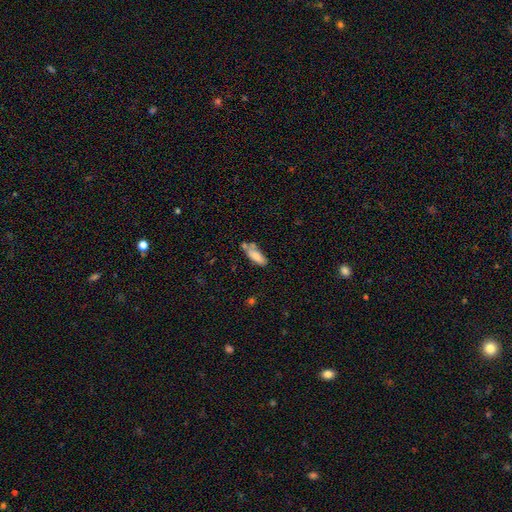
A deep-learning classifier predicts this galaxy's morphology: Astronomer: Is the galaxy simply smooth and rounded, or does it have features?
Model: smooth — 79%.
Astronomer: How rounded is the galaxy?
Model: in between — 66%.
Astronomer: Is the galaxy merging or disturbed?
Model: none — 50%.